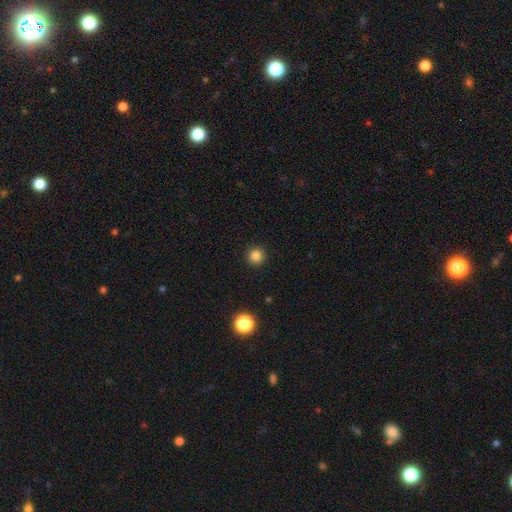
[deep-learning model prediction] Smooth or featured? smooth (84%)
How rounded? round (96%)
Merging? none (93%)